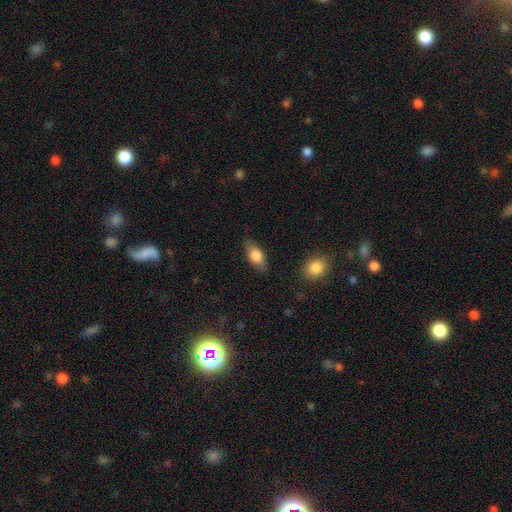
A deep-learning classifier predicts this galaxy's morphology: This is likely a smooth galaxy (74%). How rounded: clearly in between (82%). Merging: clearly none (81%).